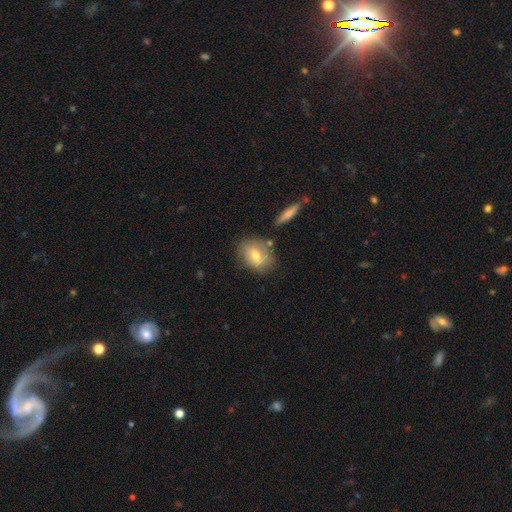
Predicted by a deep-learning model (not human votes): This is likely a smooth galaxy (67%). How rounded: likely in between (72%). Merging: likely none (67%).